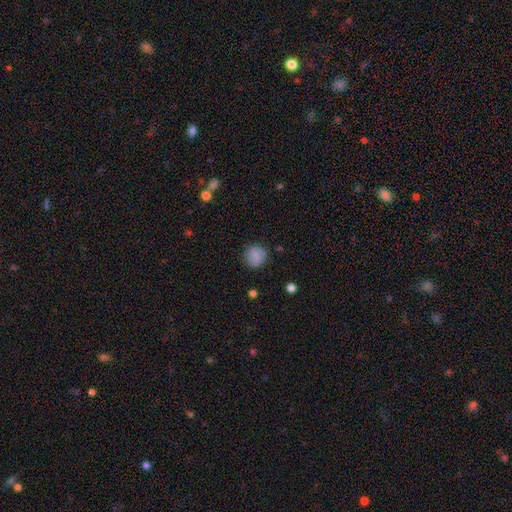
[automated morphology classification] Smooth or featured: smooth — 82% (star or artifact — 10%)
How rounded: round — 85% (in between — 14%)
Merging: none — 83% (minor disturbance — 12%)